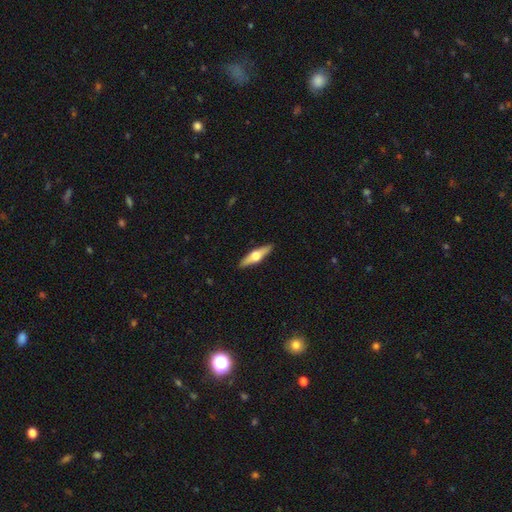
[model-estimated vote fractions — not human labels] Smooth or featured? Predicted: featured or disk (p=0.60). Edge-on disk? Predicted: yes (p=0.95). Edge-on bulge? Predicted: rounded (p=0.96). Merging? Predicted: none (p=0.91).